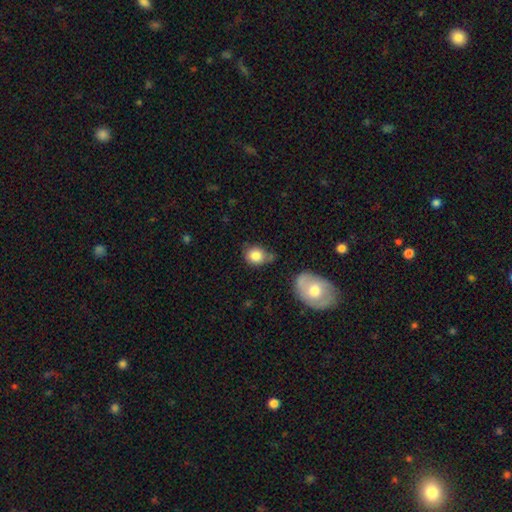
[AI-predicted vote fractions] Morphology: type=smooth (83%); roundness=round (60%); merging=none (51%).